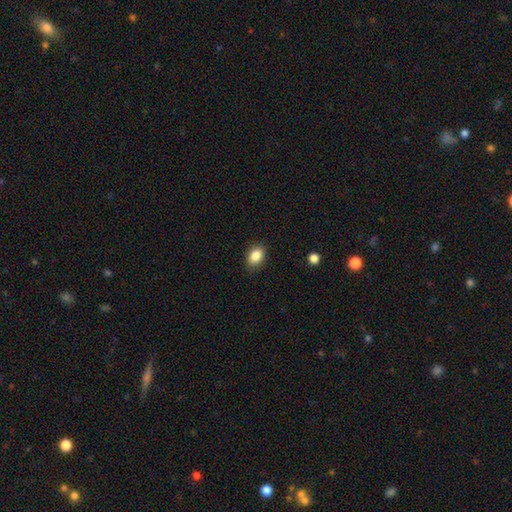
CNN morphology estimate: The model was most divided on "how rounded": in between: 79%, round: 20%, cigar-shaped: 1%. More confident: smooth or featured — smooth (86%); merging — none (86%).